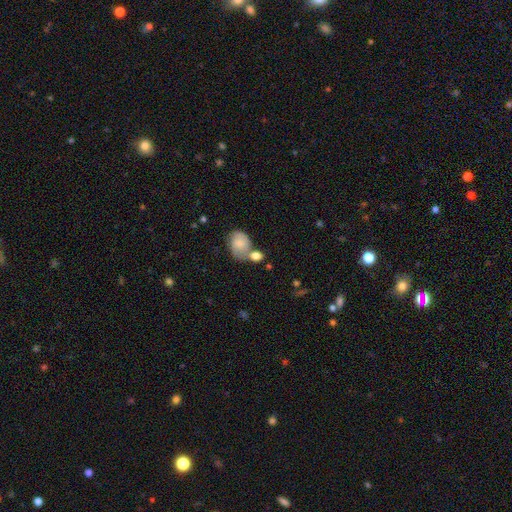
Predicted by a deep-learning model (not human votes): A smooth galaxy with no disk features (74%) that is in between round and cigar-shaped (54%).

Vote fractions:
- Smooth or featured? smooth: 74% / featured or disk: 18% / star or artifact: 9%
- How rounded? in between: 54% / round: 45% / cigar-shaped: 2%
- Merging? merger: 39% (tied) / none: 39% (tied) / minor disturbance: 15% / major disturbance: 7%